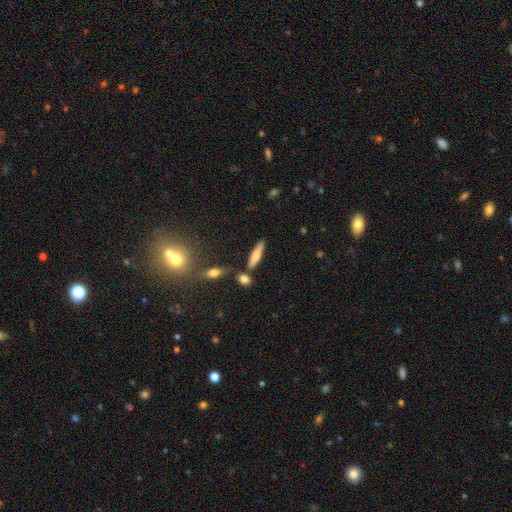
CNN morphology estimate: A smooth galaxy with no disk features (64%) that is cigar-shaped (75%). Merging: none (77%).